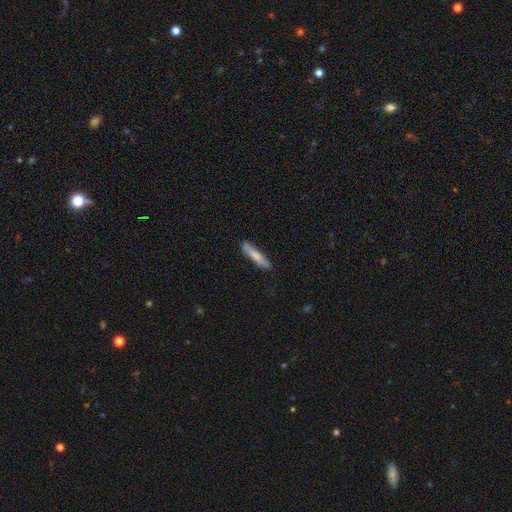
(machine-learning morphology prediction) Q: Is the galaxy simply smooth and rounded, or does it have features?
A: smooth — 74%.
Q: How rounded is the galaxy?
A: cigar-shaped — 90%.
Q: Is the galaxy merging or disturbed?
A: none — 87%.